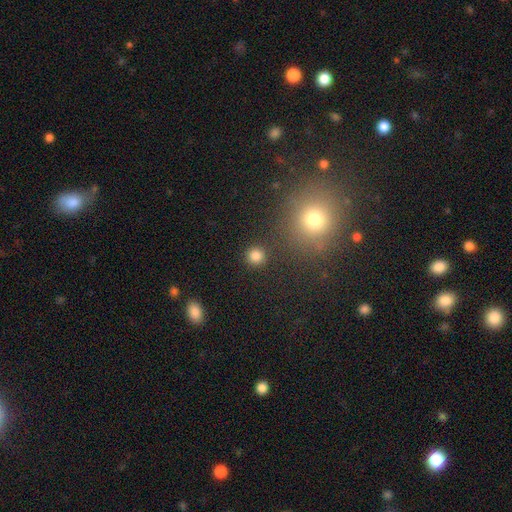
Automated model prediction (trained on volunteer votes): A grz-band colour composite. It shows a smooth galaxy with no disk features (83%) that is round (94%). Merging: none (88%).